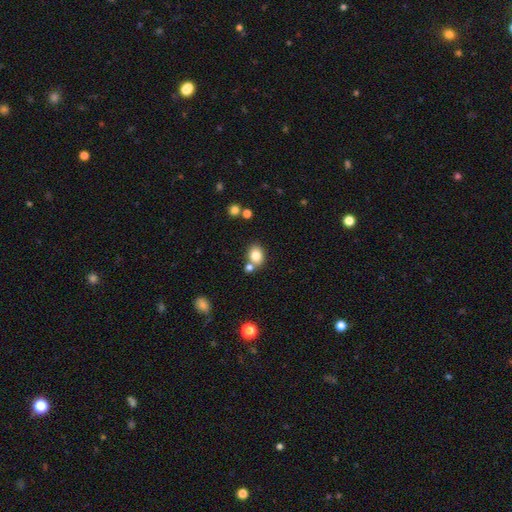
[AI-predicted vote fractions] This appears to be a smooth galaxy with no disk features (81%) that is round (50%). Merging: none (64%).